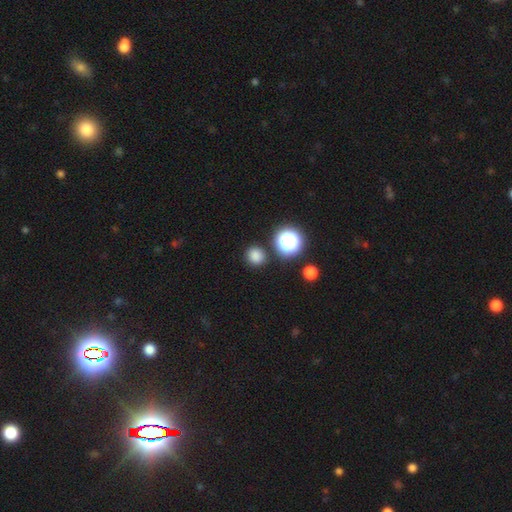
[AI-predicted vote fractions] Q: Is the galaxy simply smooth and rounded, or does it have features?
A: smooth — 80%.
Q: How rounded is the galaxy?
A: round — 91%.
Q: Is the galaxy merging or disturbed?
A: none — 87%.